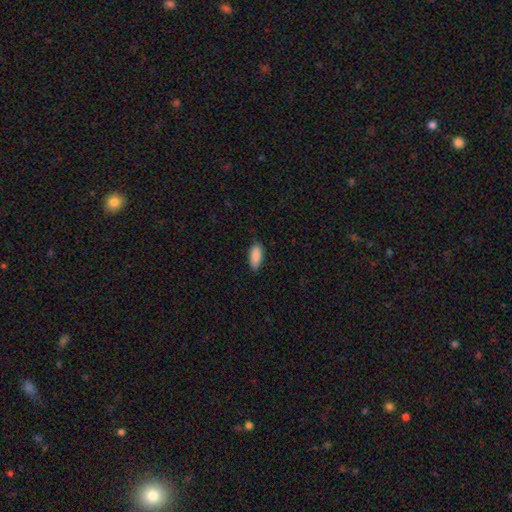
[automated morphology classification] A smooth galaxy with no disk features (90%) that is in between round and cigar-shaped (87%).

Vote fractions:
- Smooth or featured? smooth: 90% / star or artifact: 6% / featured or disk: 4%
- How rounded? in between: 87% / cigar-shaped: 11% / round: 2%
- Merging? none: 84% / minor disturbance: 13% / major disturbance: 2% / merger: 1%